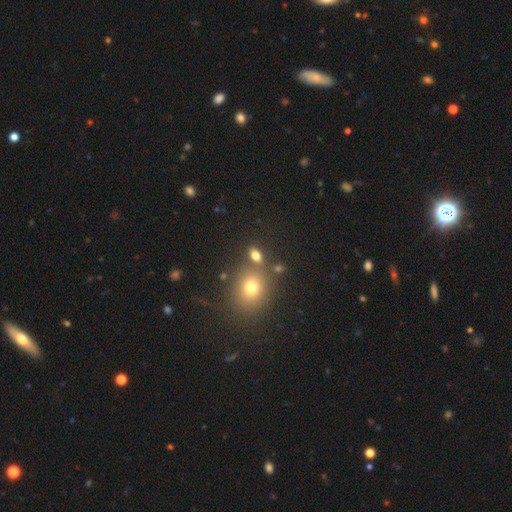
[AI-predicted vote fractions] Smooth or featured? smooth (75%)
How rounded? in between (73%)
Merging? none (70%)